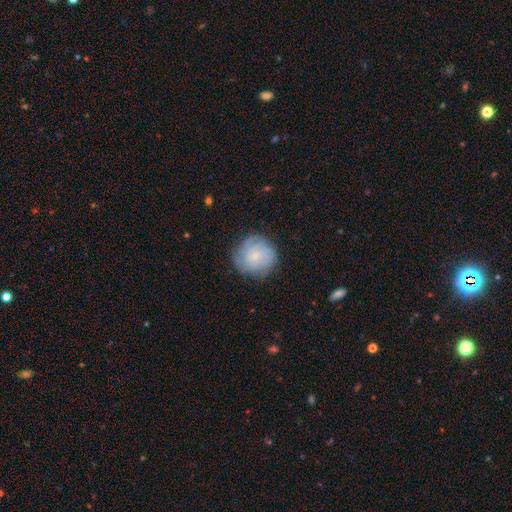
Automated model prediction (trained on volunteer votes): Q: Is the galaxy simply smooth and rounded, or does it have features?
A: featured or disk — 54%.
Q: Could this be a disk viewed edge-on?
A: no — 98%.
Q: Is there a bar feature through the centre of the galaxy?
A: no — 79%.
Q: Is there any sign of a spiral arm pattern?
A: yes — 86%.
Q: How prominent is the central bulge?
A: small — 78%.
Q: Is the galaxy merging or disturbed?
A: none — 78%.